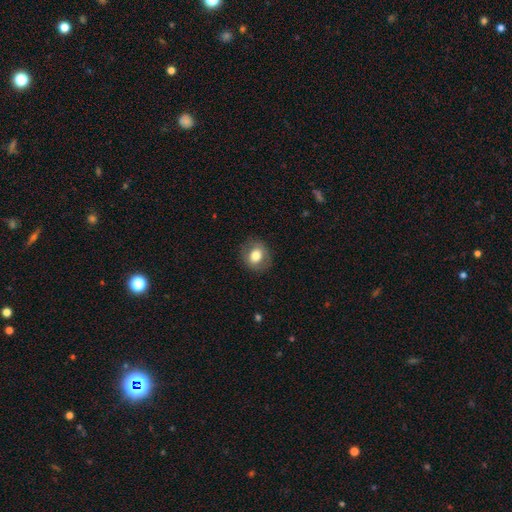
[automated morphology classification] The model was most divided on "how rounded": round: 66%, in between: 33%, cigar-shaped: 1%. More confident: merging — none (84%); smooth or featured — smooth (73%).